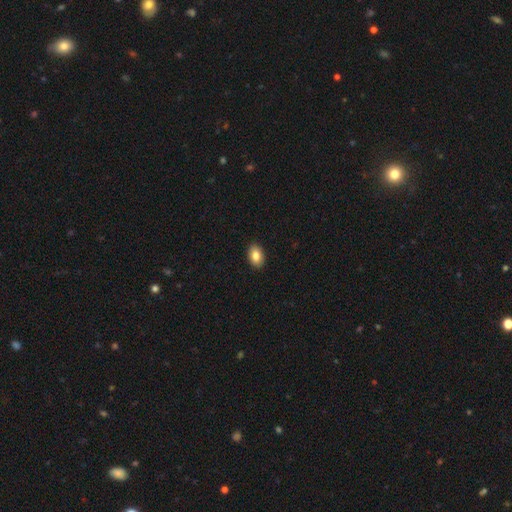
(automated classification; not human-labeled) This appears to be a smooth galaxy with no disk features (84%) that is in between round and cigar-shaped (86%). Merging: none (91%).